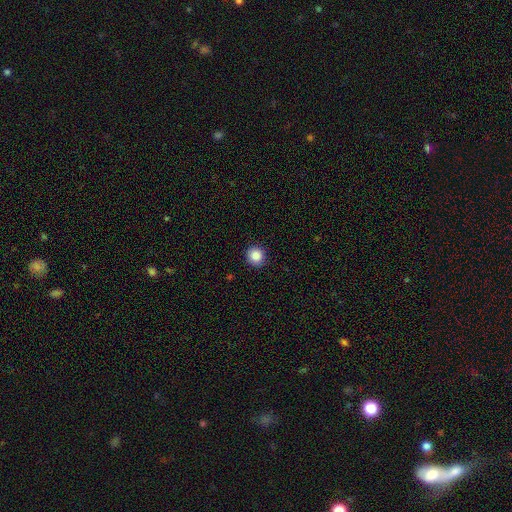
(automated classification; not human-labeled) Morphology: type=smooth (87%); roundness=round (90%); merging=none (90%).